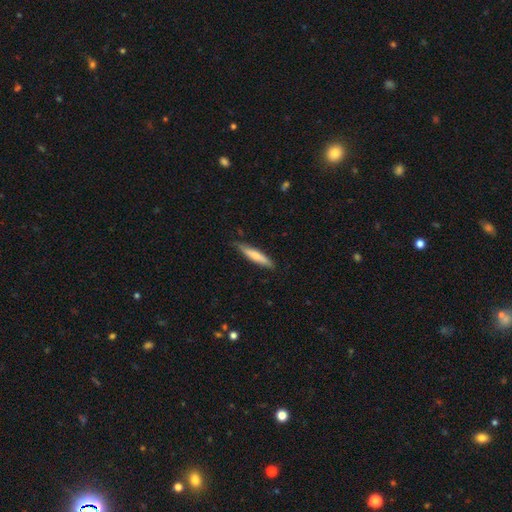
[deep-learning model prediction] smooth 62%, featured or disk 32%, star or artifact 5%. Down the decision tree: how rounded — cigar-shaped (87%); merging — none (81%).